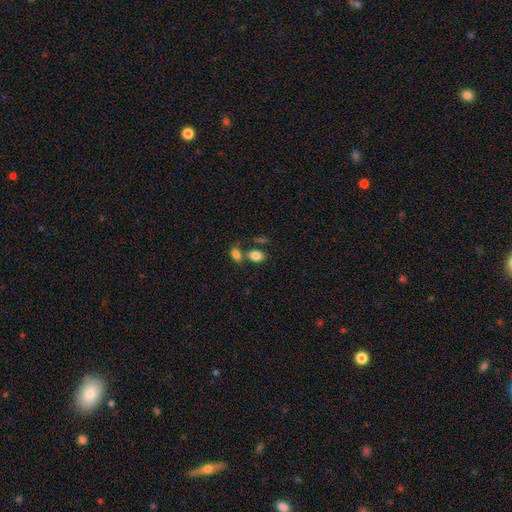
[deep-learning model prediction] smooth 82%, star or artifact 10%, featured or disk 9%. Down the decision tree: how rounded — in between (82%); merging — none (50%).